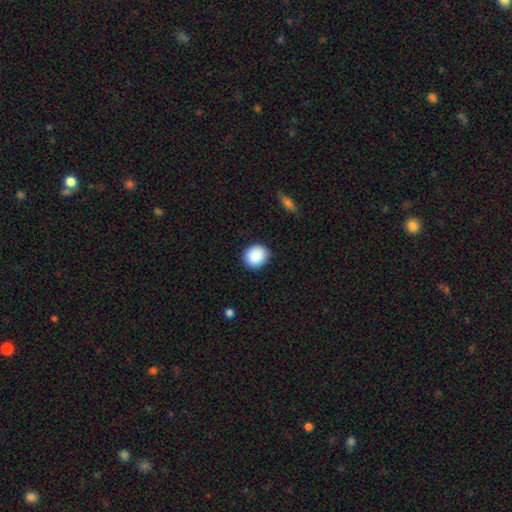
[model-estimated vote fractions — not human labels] The model was most divided on "how rounded": round: 75%, in between: 24%, cigar-shaped: 1%. More confident: smooth or featured — smooth (89%); merging — none (89%).